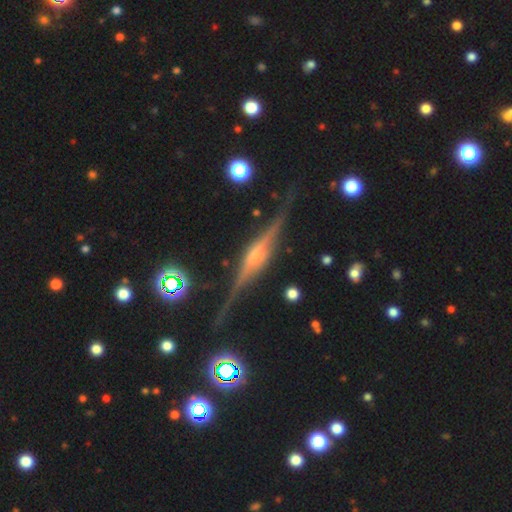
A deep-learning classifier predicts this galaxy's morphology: smooth-or-featured: featured or disk: 87% | star or artifact: 7% | smooth: 6%
  disk-edge-on: yes: 97% | no: 3%
    edge-on-bulge: rounded: 80% | boxy: 14% | none: 6%
  merging: none: 84% | minor disturbance: 11% | major disturbance: 3% | merger: 2%